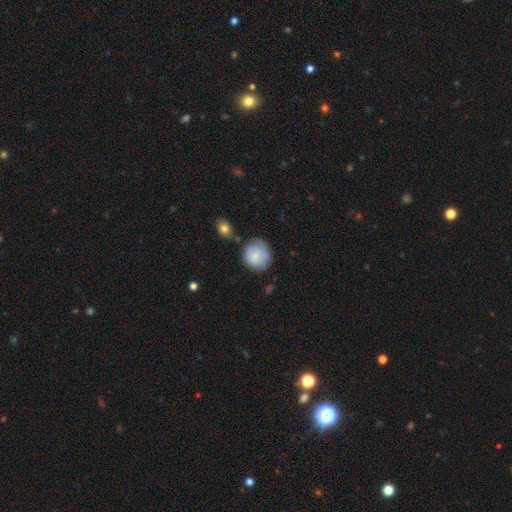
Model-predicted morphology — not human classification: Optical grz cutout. It shows a smooth galaxy with no disk features (79%) that is round (87%). Merging: none (68%).